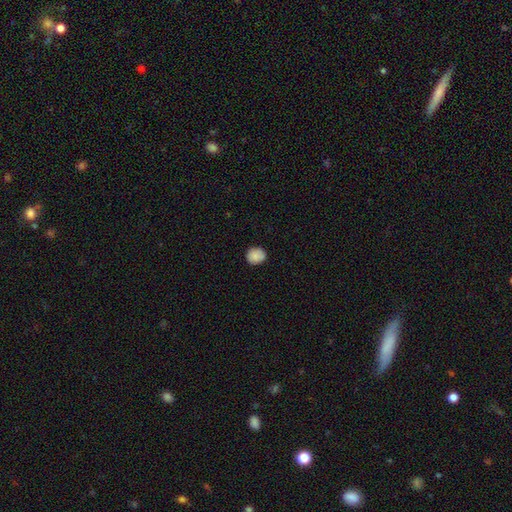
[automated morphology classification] A smooth galaxy with no disk features (84%) that is round (82%).

Vote fractions:
- Smooth or featured? smooth: 84% / star or artifact: 8% / featured or disk: 8%
- How rounded? round: 82% / in between: 17% / cigar-shaped: 1%
- Merging? none: 81% / minor disturbance: 15% / major disturbance: 2% / merger: 1%